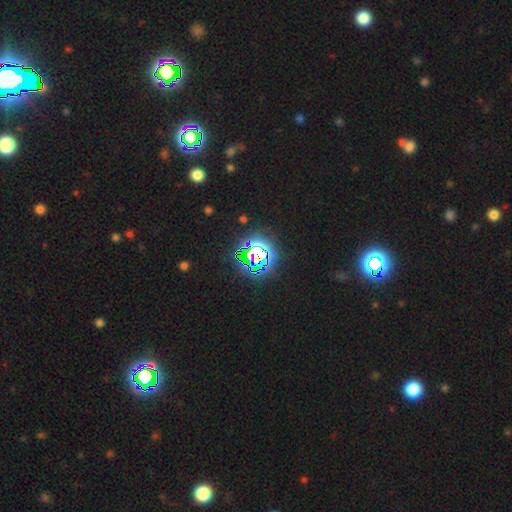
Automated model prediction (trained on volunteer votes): A star or artifact, not a galaxy (78%).